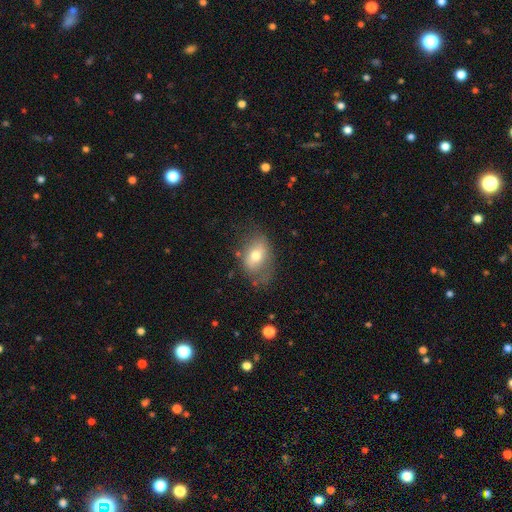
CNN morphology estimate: Q: Smooth or featured?
A: smooth (61%); runner-up: featured or disk (31%)
Q: How rounded?
A: in between (80%); runner-up: round (18%)
Q: Merging?
A: none (56%); runner-up: minor disturbance (28%)